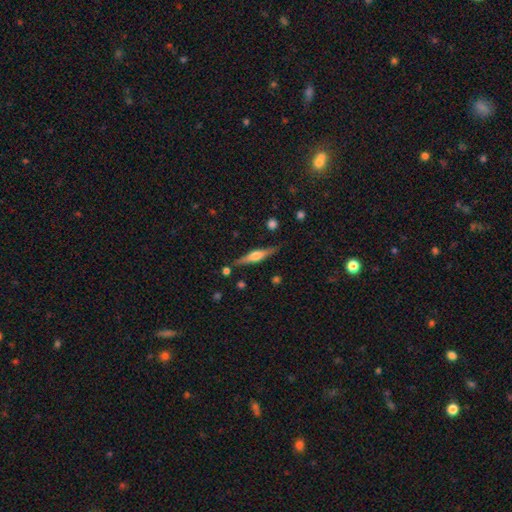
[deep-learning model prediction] A featured or disk galaxy (67%) viewed edge-on (97%) with a rounded central bulge (86%). Merging: none (85%).